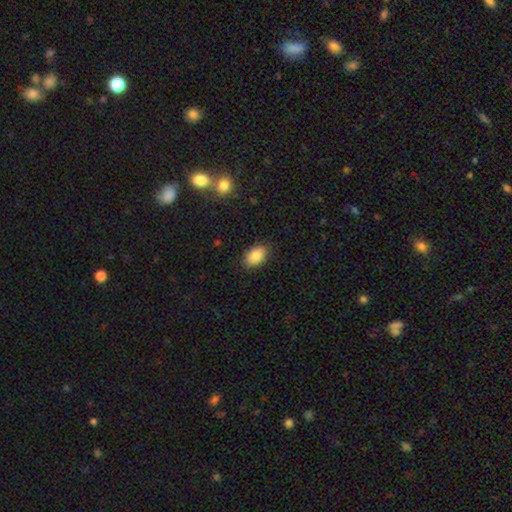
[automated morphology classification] A smooth galaxy with no disk features (88%) that is in between round and cigar-shaped (90%).

Vote fractions:
- Smooth or featured? smooth: 88% / star or artifact: 7% / featured or disk: 5%
- How rounded? in between: 90% / round: 9% / cigar-shaped: 1%
- Merging? none: 87% / minor disturbance: 10% / major disturbance: 2% / merger: 1%